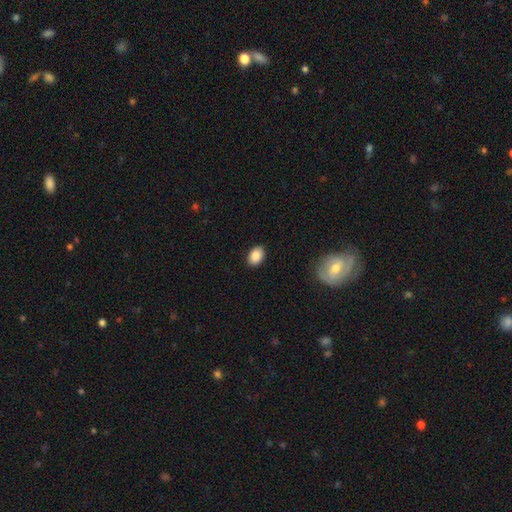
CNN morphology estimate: Smooth or featured: smooth — 88% (star or artifact — 8%)
How rounded: in between — 84% (round — 15%)
Merging: none — 89% (minor disturbance — 8%)